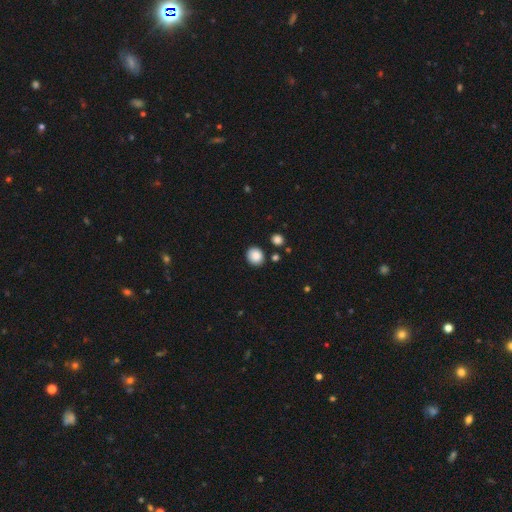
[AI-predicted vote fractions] smooth-or-featured: smooth: 87% | star or artifact: 9% | featured or disk: 4%
  how-rounded: round: 80% | in between: 19% | cigar-shaped: 1%
  merging: none: 87% | minor disturbance: 7% | merger: 4% | major disturbance: 2%